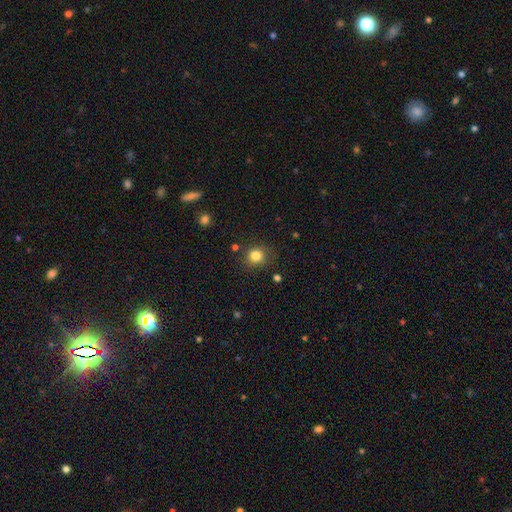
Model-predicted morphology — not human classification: Q: Smooth or featured?
A: smooth (82%); runner-up: star or artifact (12%)
Q: How rounded?
A: round (81%); runner-up: in between (18%)
Q: Merging?
A: none (80%); runner-up: minor disturbance (13%)